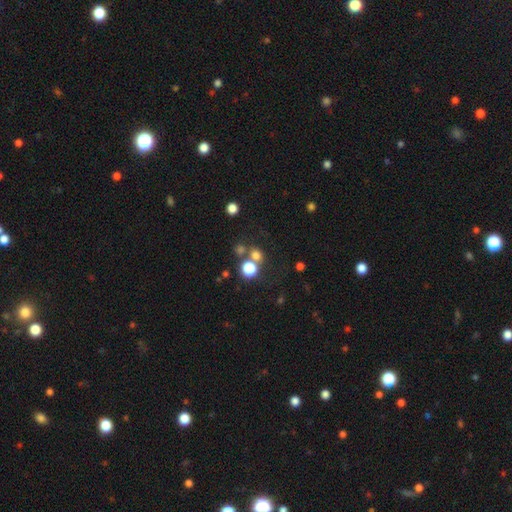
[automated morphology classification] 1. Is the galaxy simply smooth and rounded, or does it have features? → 68% smooth, 23% star or artifact, 9% featured or disk.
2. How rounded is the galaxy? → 82% round, 17% in between, 1% cigar-shaped.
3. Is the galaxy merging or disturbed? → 60% none, 26% merger, 9% minor disturbance, 5% major disturbance.